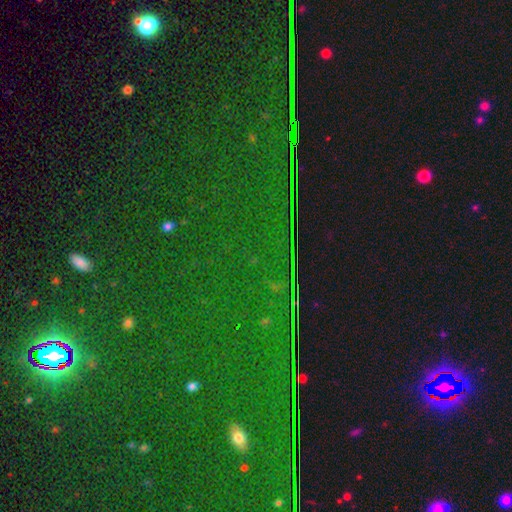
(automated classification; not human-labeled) Smooth or featured? star or artifact (85%)